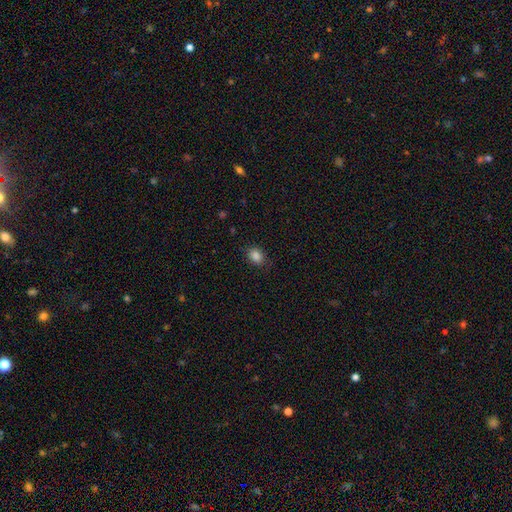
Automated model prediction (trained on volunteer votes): Overall: smooth (86%). How rounded: in between (66%; round 33%). Merging: none (83%).